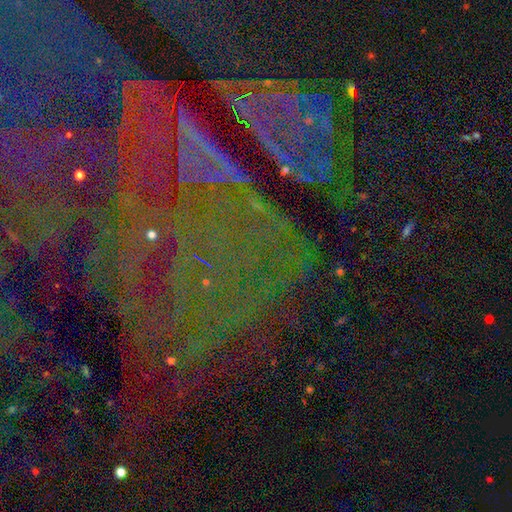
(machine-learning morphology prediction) smooth-or-featured: star or artifact: 81% | featured or disk: 11% | smooth: 8%